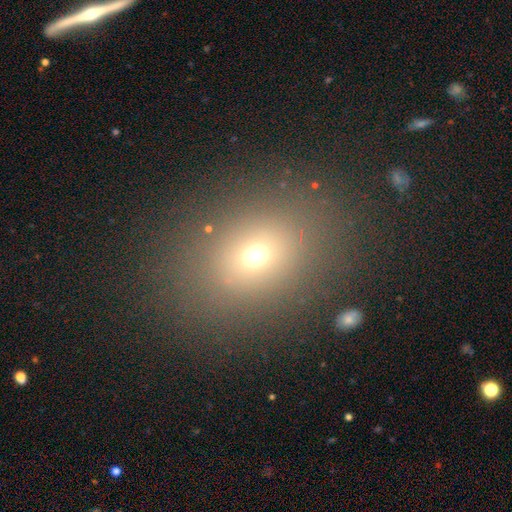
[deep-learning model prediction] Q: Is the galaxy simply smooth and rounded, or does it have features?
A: smooth — 66%.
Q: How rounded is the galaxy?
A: in between — 54%.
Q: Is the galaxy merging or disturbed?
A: none — 84%.